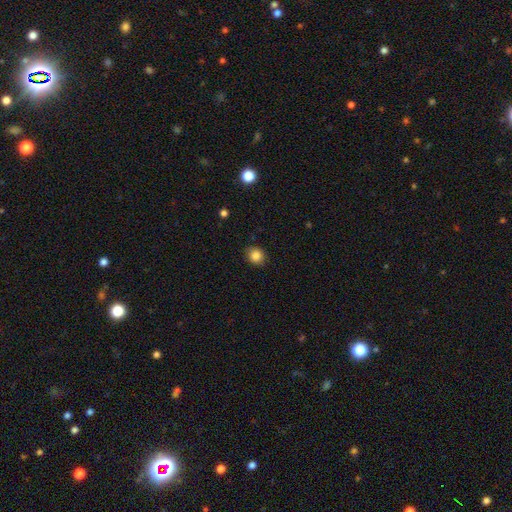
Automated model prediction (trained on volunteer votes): The model was most divided on "how rounded": round: 82%, in between: 17%, cigar-shaped: 1%. More confident: merging — none (88%); smooth or featured — smooth (85%).